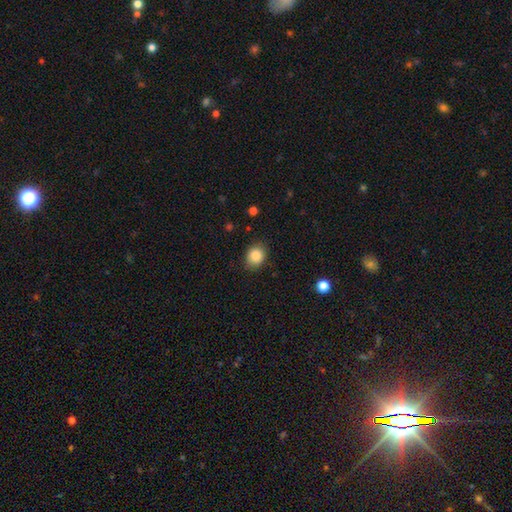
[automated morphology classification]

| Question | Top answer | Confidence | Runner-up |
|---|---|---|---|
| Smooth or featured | smooth | 86% | star or artifact (9%) |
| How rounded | round | 62% | in between (38%) |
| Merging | none | 83% | minor disturbance (12%) |